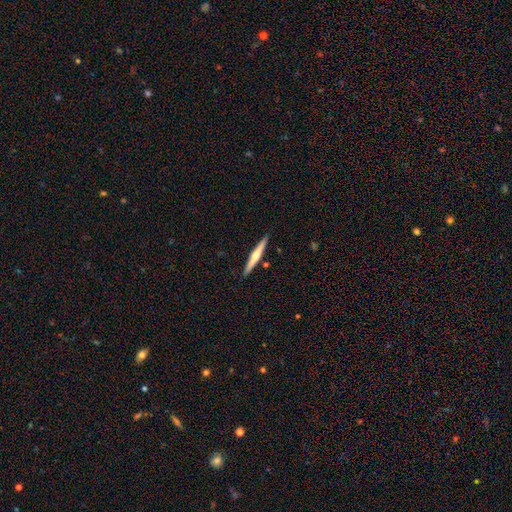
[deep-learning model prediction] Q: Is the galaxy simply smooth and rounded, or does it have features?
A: featured or disk — 61%.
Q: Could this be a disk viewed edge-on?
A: yes — 97%.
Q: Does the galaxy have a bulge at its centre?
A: rounded — 87%.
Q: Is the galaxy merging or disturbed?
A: none — 90%.